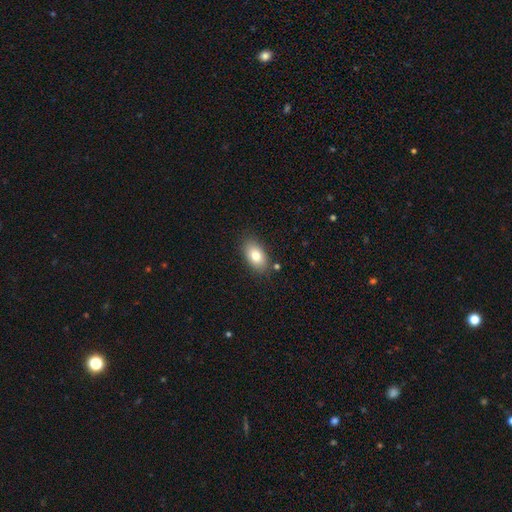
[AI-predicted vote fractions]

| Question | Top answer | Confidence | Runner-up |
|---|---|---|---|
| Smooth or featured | smooth | 80% | featured or disk (12%) |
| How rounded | in between | 91% | round (7%) |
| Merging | none | 83% | minor disturbance (11%) |